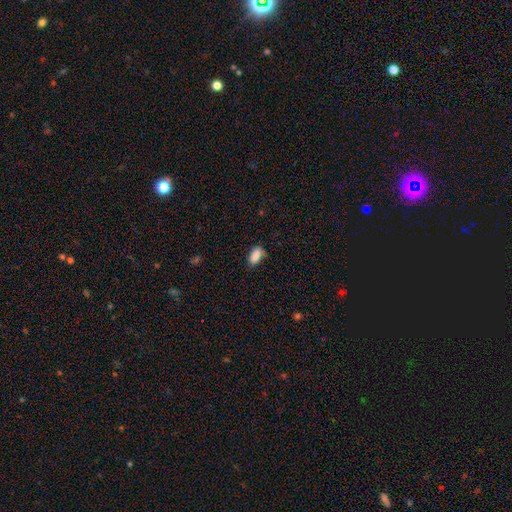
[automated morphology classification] Smooth or featured? smooth (87%)
How rounded? in between (89%)
Merging? none (66%)